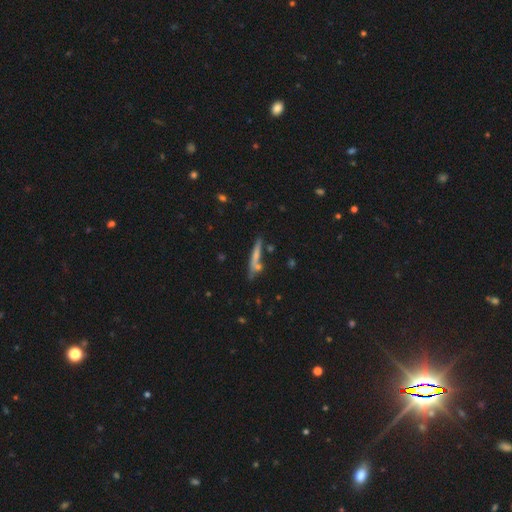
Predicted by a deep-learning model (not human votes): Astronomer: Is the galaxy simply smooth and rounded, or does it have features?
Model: smooth — 57% (runner-up: featured or disk, 34%).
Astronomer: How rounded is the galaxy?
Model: cigar-shaped — 91%.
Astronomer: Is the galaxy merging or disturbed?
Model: none — 65%.